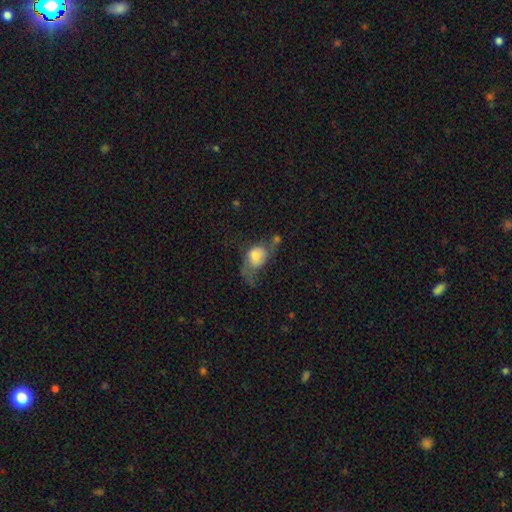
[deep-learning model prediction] Overall: smooth (62%; featured or disk 29%). How rounded: in between (65%; round 33%). Merging: major disturbance (44%; minor disturbance 24%).